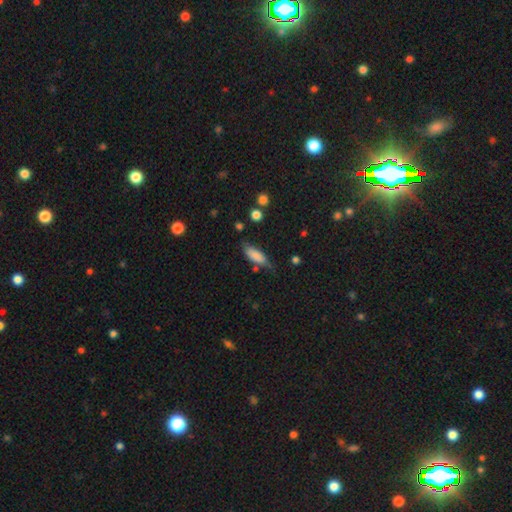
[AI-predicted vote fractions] Q: Smooth or featured?
A: smooth (81%); runner-up: featured or disk (12%)
Q: How rounded?
A: in between (70%); runner-up: cigar-shaped (27%)
Q: Merging?
A: none (59%); runner-up: minor disturbance (28%)